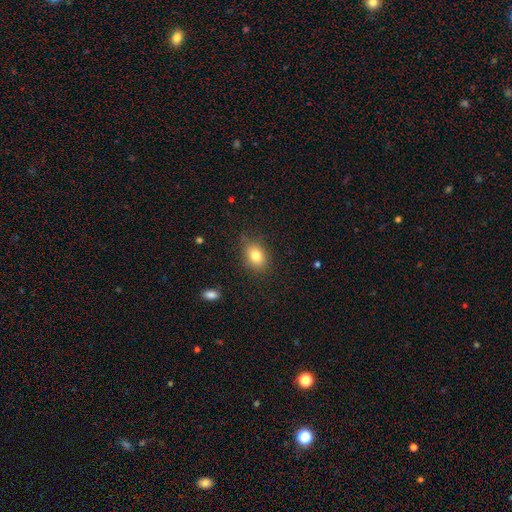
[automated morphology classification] type=smooth (81%); roundness=in between (67%); merging=none (81%).